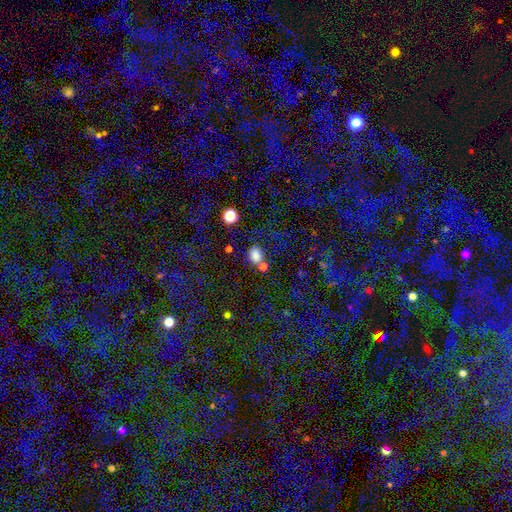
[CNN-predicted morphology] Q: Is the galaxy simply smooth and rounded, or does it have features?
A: smooth — 81%.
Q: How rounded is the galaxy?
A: in between — 58%.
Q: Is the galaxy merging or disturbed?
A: none — 62%.